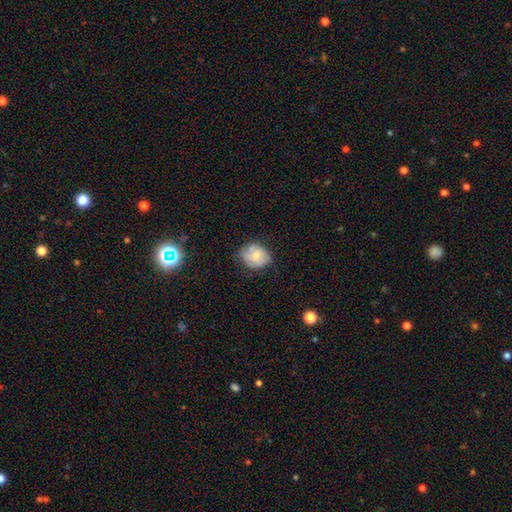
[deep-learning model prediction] smooth 64%, featured or disk 27%, star or artifact 8%. Down the decision tree: how rounded — round (54%); merging — none (55%).